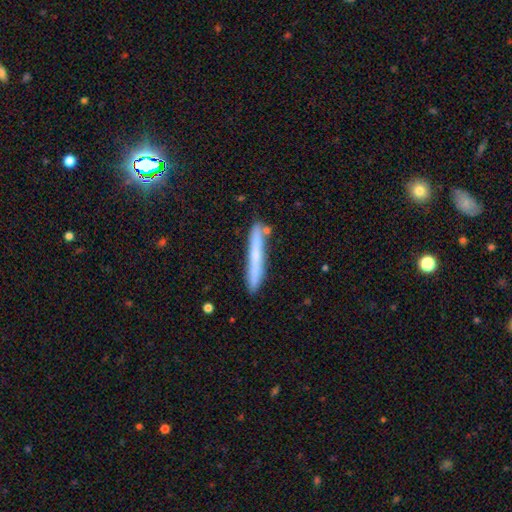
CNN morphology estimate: The model was most divided on "smooth or featured": smooth: 54%, featured or disk: 39%, star or artifact: 8%. More confident: how rounded — cigar-shaped (96%); merging — none (81%).